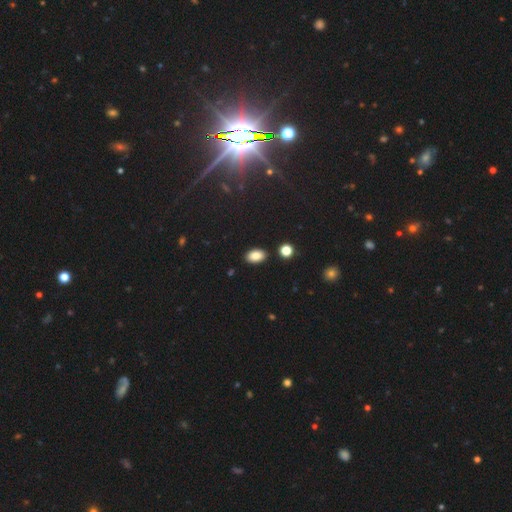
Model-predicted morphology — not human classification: smooth-or-featured: smooth: 86% | star or artifact: 9% | featured or disk: 5%
  how-rounded: in between: 91% | round: 7% | cigar-shaped: 2%
  merging: none: 88% | minor disturbance: 8% | merger: 2% | major disturbance: 2%